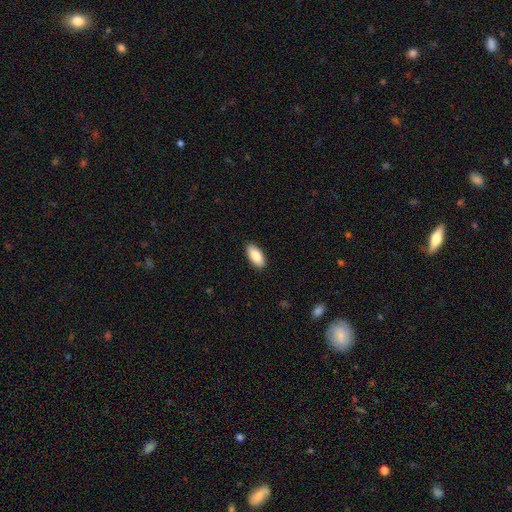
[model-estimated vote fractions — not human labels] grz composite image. It shows a smooth galaxy with no disk features (87%) that is in between round and cigar-shaped (90%). Merging: none (88%).